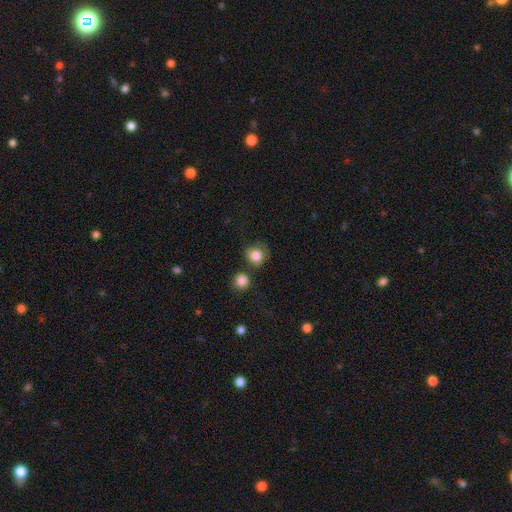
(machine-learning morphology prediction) Q: Smooth or featured?
A: smooth (82%); runner-up: star or artifact (10%)
Q: How rounded?
A: round (84%); runner-up: in between (15%)
Q: Merging?
A: none (65%); runner-up: minor disturbance (16%)